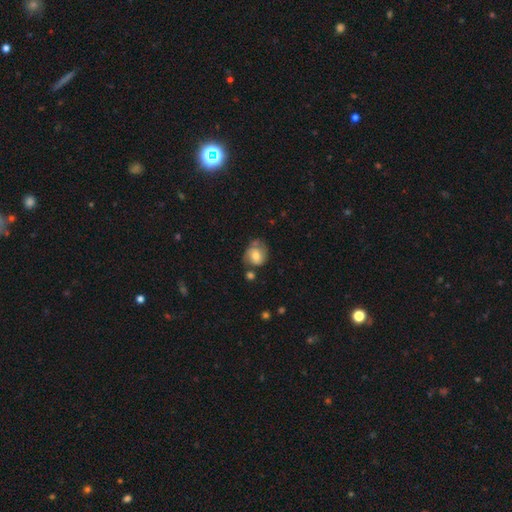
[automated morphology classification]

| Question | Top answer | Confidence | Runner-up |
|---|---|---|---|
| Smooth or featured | smooth | 62% | featured or disk (30%) |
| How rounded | round | 72% | in between (27%) |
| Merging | none | 53% | minor disturbance (26%) |